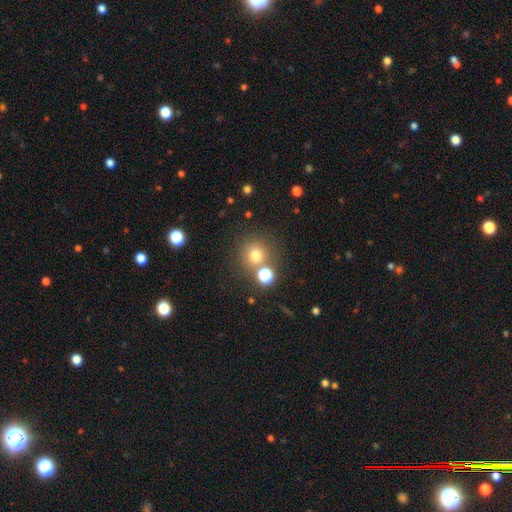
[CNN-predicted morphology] smooth 73%, star or artifact 18%, featured or disk 9%. Down the decision tree: how rounded — round (91%); merging — none (72%).